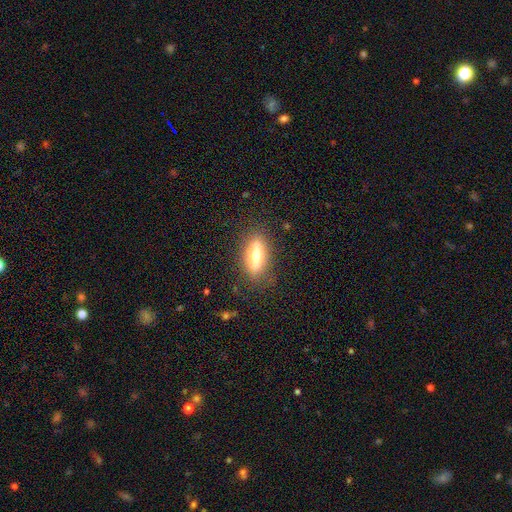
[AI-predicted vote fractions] Morphology: type=smooth (58%); roundness=in between (62%); merging=none (84%).